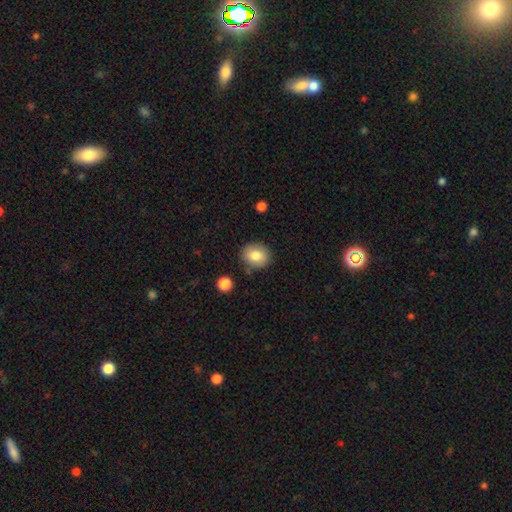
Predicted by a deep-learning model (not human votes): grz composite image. It shows a smooth galaxy with no disk features (82%) that is round (66%). Merging: none (82%).